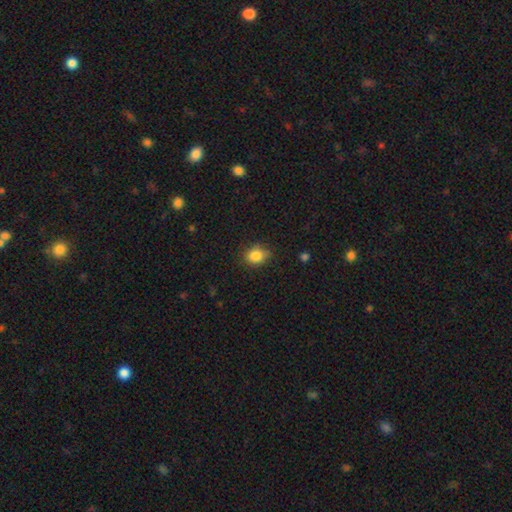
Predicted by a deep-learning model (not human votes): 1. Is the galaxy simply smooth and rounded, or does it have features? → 84% smooth, 10% star or artifact, 6% featured or disk.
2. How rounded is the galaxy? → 59% round, 40% in between, 1% cigar-shaped.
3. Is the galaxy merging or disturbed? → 74% none, 21% minor disturbance, 4% major disturbance, 2% merger.